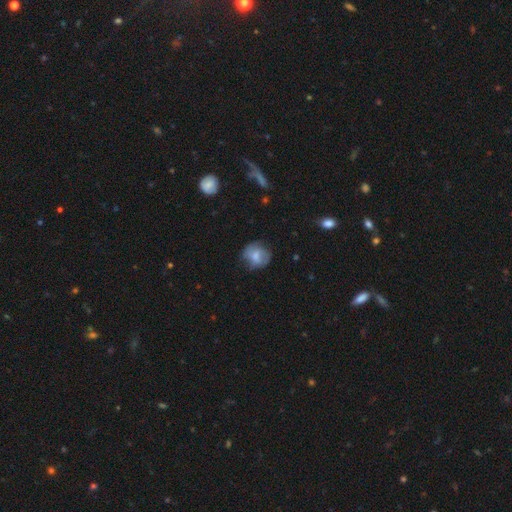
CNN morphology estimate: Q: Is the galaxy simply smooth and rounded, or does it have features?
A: smooth — 67%.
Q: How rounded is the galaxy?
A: round — 74%.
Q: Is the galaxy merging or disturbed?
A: none — 63%.